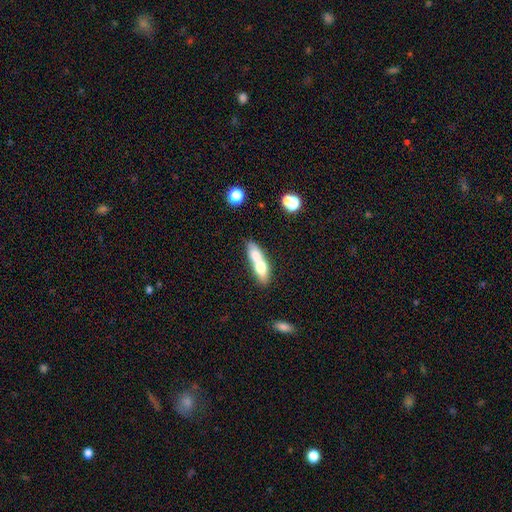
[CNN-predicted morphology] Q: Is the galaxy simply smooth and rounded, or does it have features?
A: smooth — 63%.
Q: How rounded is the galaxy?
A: in between — 53%.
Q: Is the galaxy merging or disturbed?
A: merger — 59%.